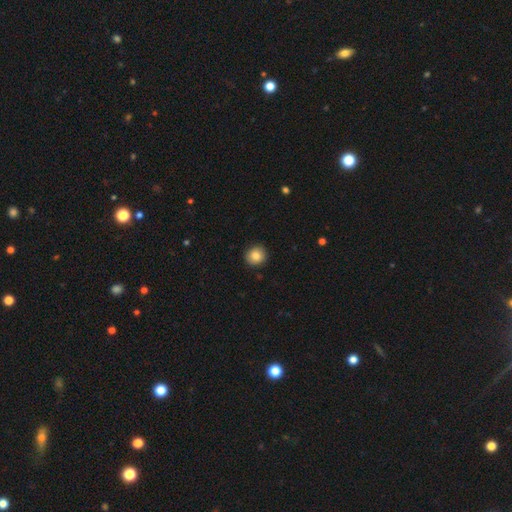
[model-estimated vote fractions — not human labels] This appears to be a smooth galaxy with no disk features (84%) that is round (89%). Merging: none (92%).